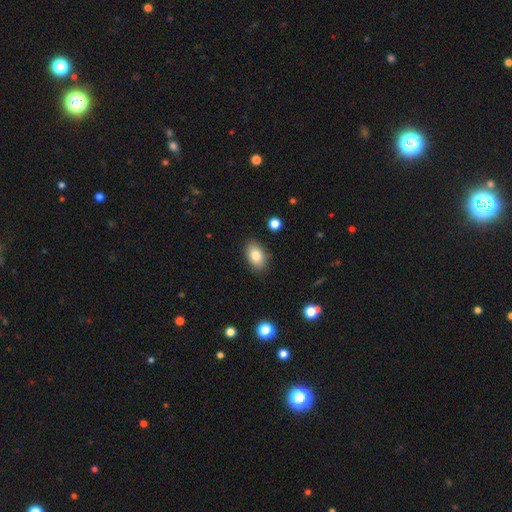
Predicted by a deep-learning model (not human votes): Smooth or featured? Predicted: smooth (p=0.82). How rounded? Predicted: in between (p=0.89). Merging? Predicted: none (p=0.87).